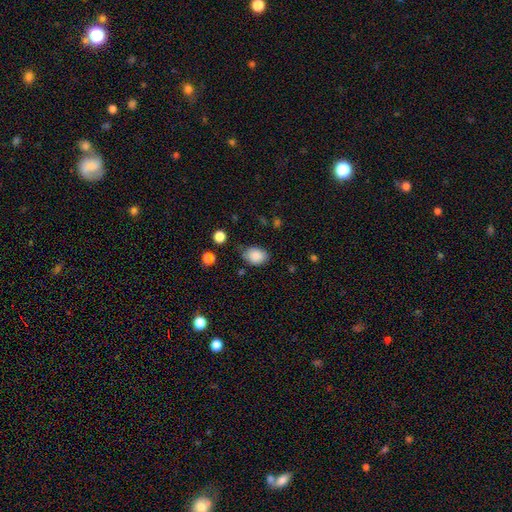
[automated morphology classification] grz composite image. It shows a smooth galaxy with no disk features (85%) that is in between round and cigar-shaped (72%). Merging: none (64%).